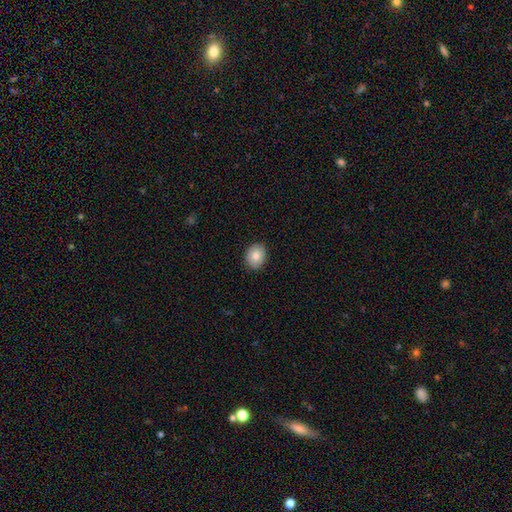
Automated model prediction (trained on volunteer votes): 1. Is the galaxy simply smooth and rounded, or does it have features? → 81% smooth, 11% featured or disk, 8% star or artifact.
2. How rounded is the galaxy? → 52% round, 47% in between, 1% cigar-shaped.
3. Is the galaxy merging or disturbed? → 89% none, 8% minor disturbance, 2% major disturbance, 1% merger.